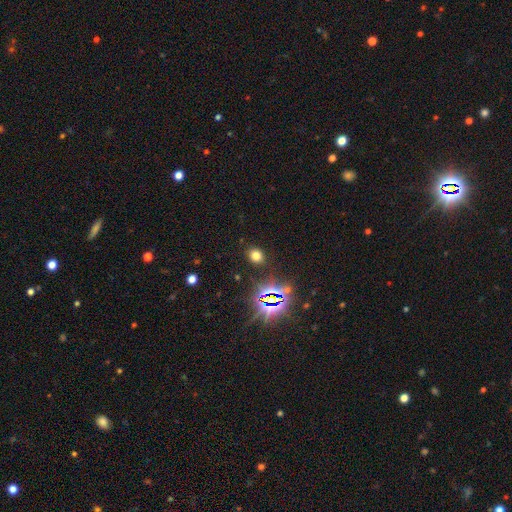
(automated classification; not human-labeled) Q: Smooth or featured?
A: smooth (65%); runner-up: star or artifact (27%)
Q: How rounded?
A: round (59%); runner-up: in between (40%)
Q: Merging?
A: none (88%); runner-up: minor disturbance (7%)